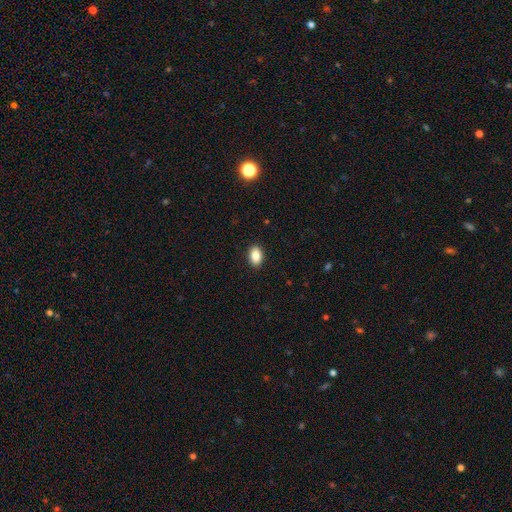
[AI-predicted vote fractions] A smooth galaxy with no disk features (86%) that is in between round and cigar-shaped (88%). Merging: none (91%).